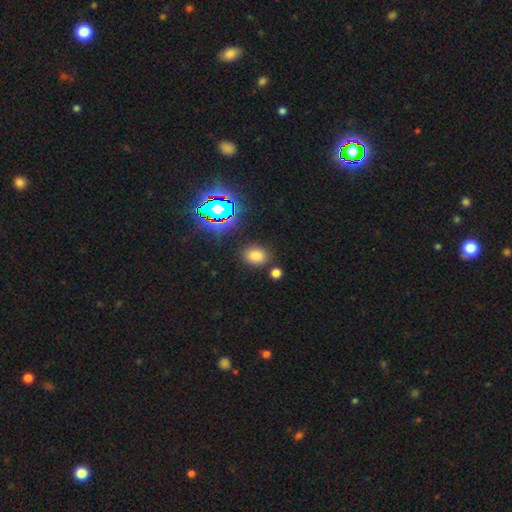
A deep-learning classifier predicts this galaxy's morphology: A smooth galaxy with no disk features (73%) that is in between round and cigar-shaped (63%). Merging: none (81%).